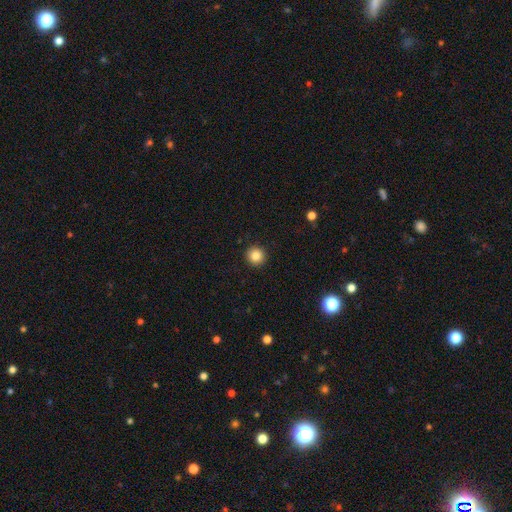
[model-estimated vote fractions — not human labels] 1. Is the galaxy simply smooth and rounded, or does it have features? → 85% smooth, 10% star or artifact, 5% featured or disk.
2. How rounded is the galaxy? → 95% round, 4% in between, 1% cigar-shaped.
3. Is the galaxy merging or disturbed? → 93% none, 5% minor disturbance, 2% major disturbance, 1% merger.